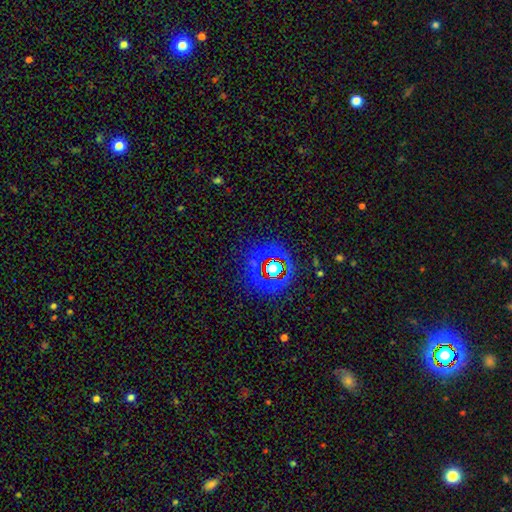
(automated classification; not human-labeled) smooth-or-featured: star or artifact: 59% | smooth: 21% | featured or disk: 19%